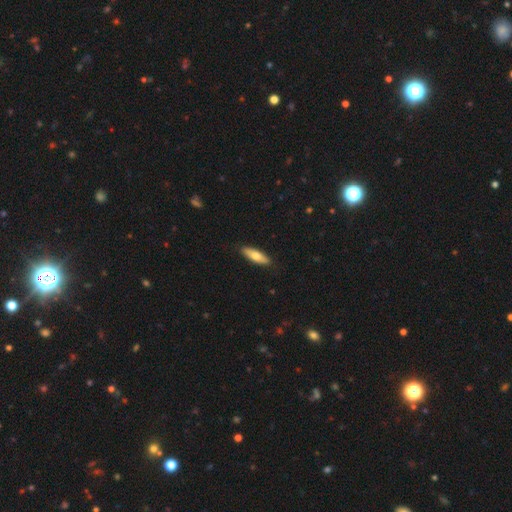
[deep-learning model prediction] This appears to be a smooth galaxy with no disk features (70%) that is cigar-shaped (52%). Merging: none (89%).